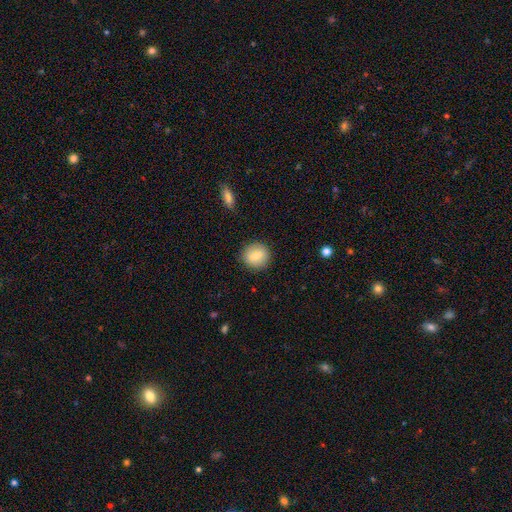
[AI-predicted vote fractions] The model was most divided on "smooth or featured": smooth: 77%, featured or disk: 15%, star or artifact: 8%. More confident: merging — none (89%); how rounded — round (88%).